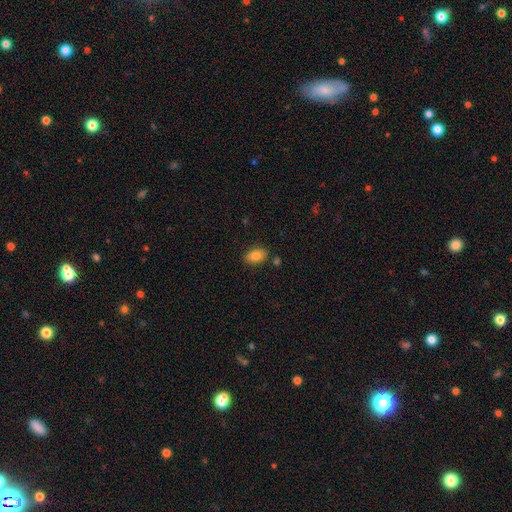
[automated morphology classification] type=smooth (85%); roundness=in between (88%); merging=none (81%).